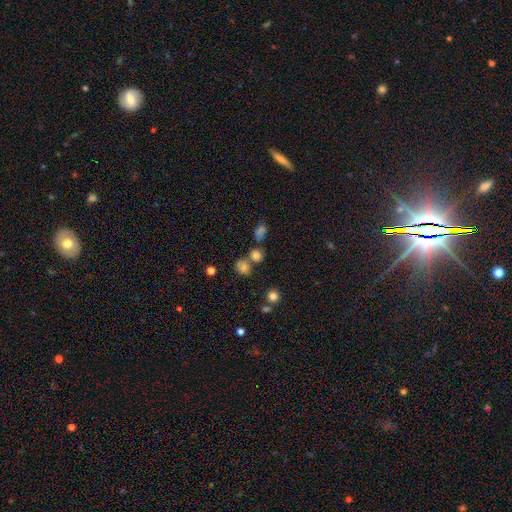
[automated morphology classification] Overall: smooth (73%). How rounded: round (80%). Merging: none (59%; merger 25%).